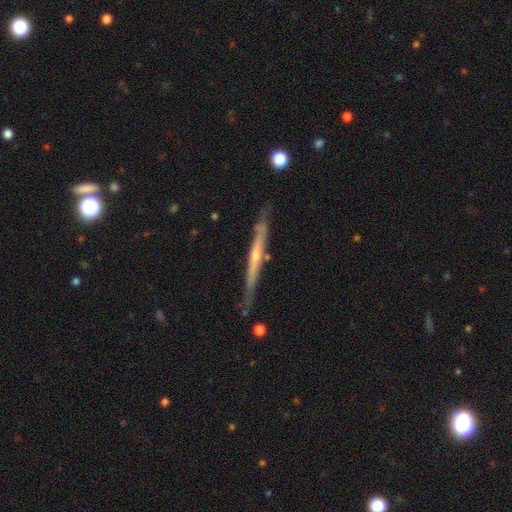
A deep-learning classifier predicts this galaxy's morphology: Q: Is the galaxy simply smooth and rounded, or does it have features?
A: featured or disk — 75%.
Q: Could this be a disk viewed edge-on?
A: yes — 96%.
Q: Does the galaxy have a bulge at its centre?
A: rounded — 56%.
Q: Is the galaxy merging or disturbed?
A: none — 83%.